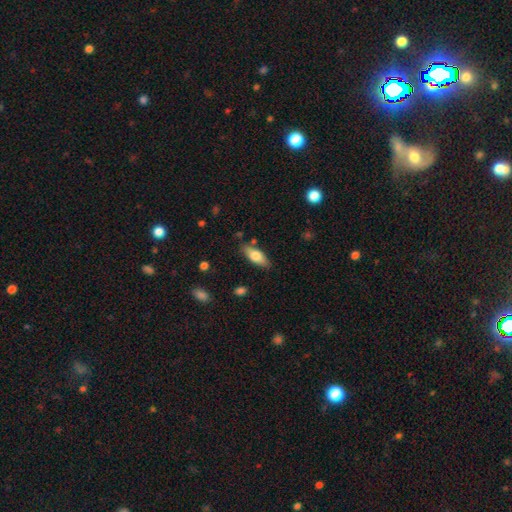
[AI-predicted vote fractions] Q: Smooth or featured?
A: smooth (72%); runner-up: featured or disk (22%)
Q: How rounded?
A: in between (77%); runner-up: cigar-shaped (20%)
Q: Merging?
A: none (81%); runner-up: minor disturbance (13%)